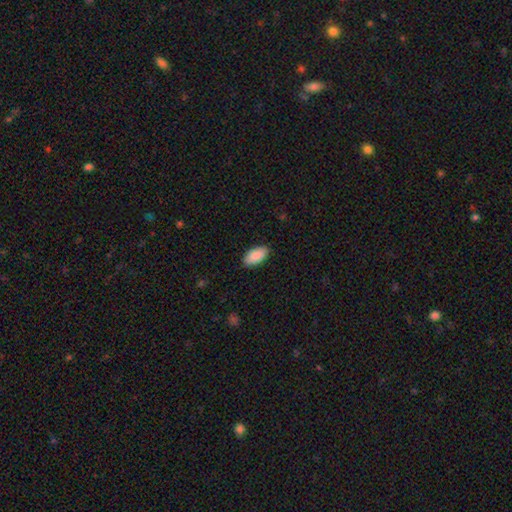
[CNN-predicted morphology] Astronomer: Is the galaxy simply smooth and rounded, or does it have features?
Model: smooth — 90%.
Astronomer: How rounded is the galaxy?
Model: in between — 94%.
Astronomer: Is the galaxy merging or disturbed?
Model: none — 88%.